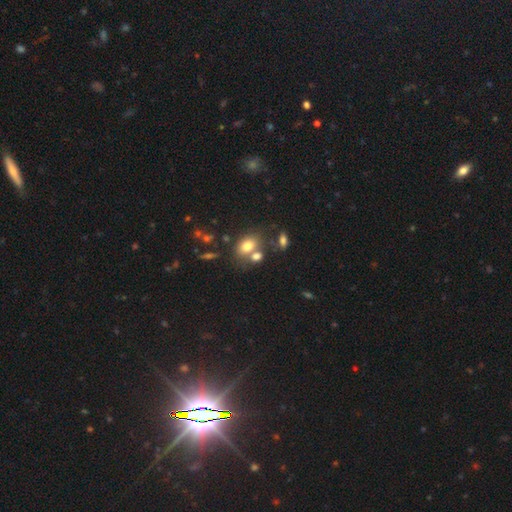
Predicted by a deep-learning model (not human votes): This is likely a smooth galaxy (74%). How rounded: likely in between (68%). Merging: possibly none (50%).